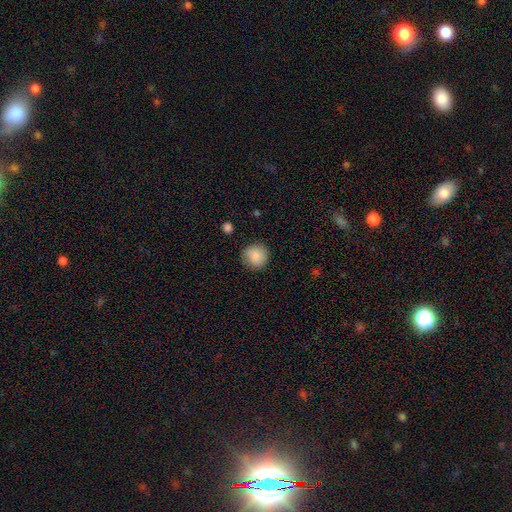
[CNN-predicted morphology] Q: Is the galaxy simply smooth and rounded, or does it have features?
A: smooth — 87%.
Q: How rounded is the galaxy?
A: round — 90%.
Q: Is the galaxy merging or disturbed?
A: none — 84%.